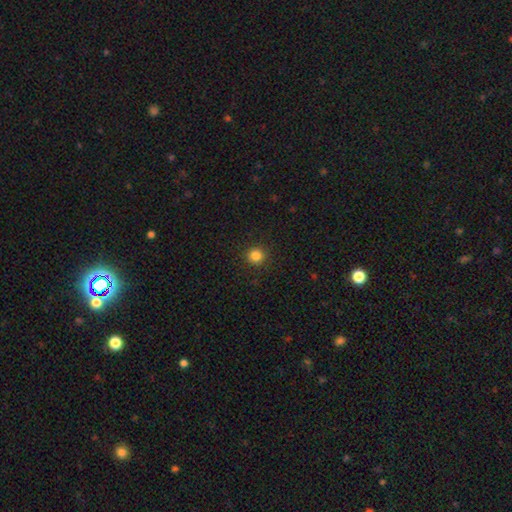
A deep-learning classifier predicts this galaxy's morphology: smooth_or_featured: smooth (p=0.84) [alt: star or artifact p=0.12]
how_rounded: round (p=0.95) [alt: in between p=0.04]
merging: none (p=0.92) [alt: minor disturbance p=0.05]